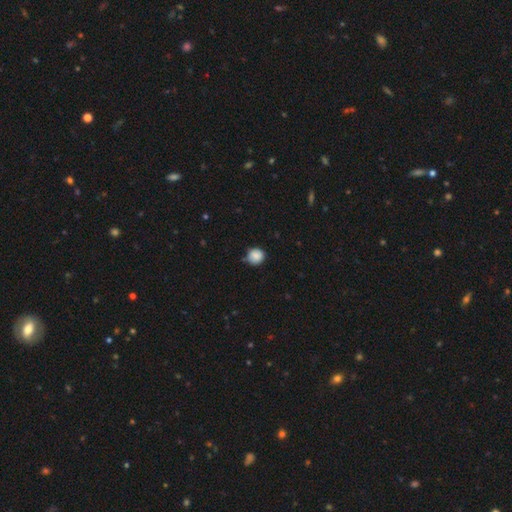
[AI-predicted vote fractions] Smooth or featured? Predicted: smooth (p=0.87). How rounded? Predicted: round (p=0.88). Merging? Predicted: none (p=0.75).